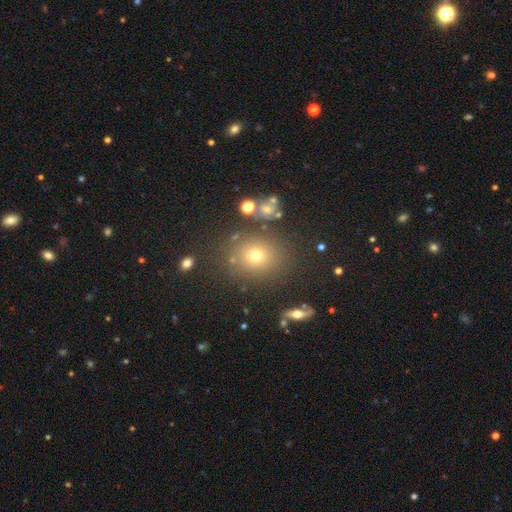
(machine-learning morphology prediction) Smooth or featured: smooth — 66% (star or artifact — 22%)
How rounded: round — 73% (in between — 26%)
Merging: none — 81% (minor disturbance — 9%)